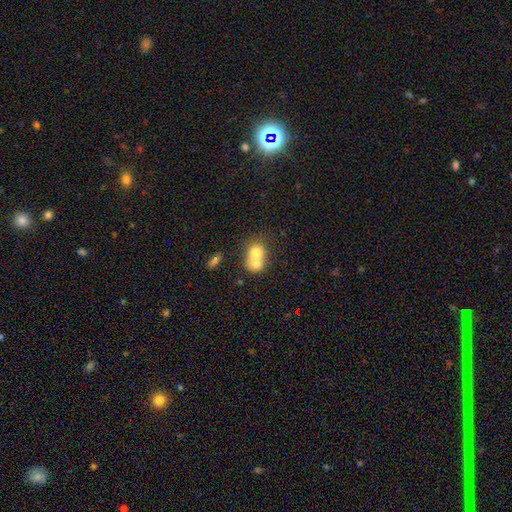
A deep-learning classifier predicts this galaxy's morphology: Smooth or featured?
  - smooth: 71% *
  - featured or disk: 21%
  - star or artifact: 9%
How rounded?
  - round: 56% *
  - in between: 43%
  - cigar-shaped: 1%
Merging?
  - merger: 71% *
  - none: 20%
  - minor disturbance: 6%
  - major disturbance: 3%